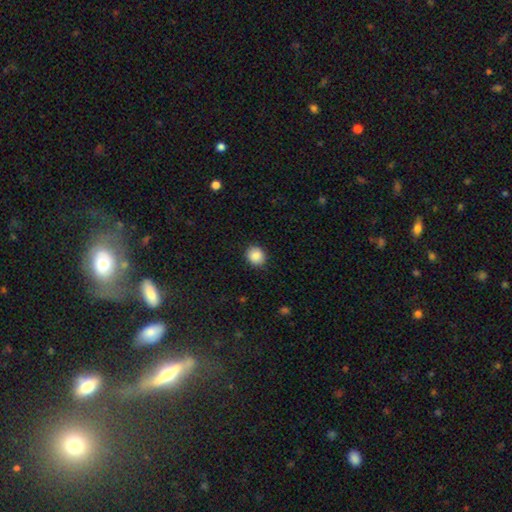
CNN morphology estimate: Smooth or featured: smooth — 88% (star or artifact — 8%)
How rounded: round — 75% (in between — 24%)
Merging: none — 89% (minor disturbance — 8%)